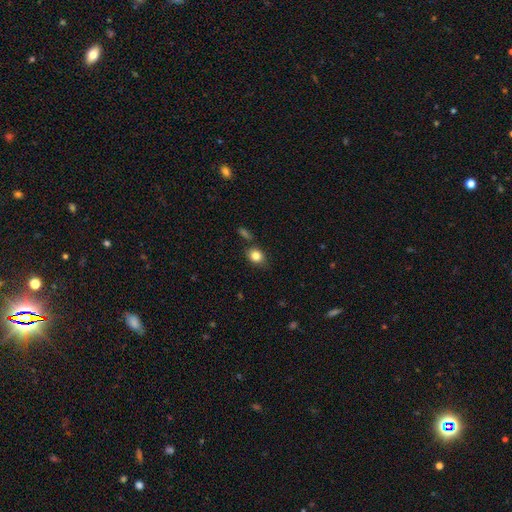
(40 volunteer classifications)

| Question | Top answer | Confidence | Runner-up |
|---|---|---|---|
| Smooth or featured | smooth | 78% | star or artifact (12%) |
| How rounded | in between | 55% | round (45%) |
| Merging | none | 54% | minor disturbance (34%) |